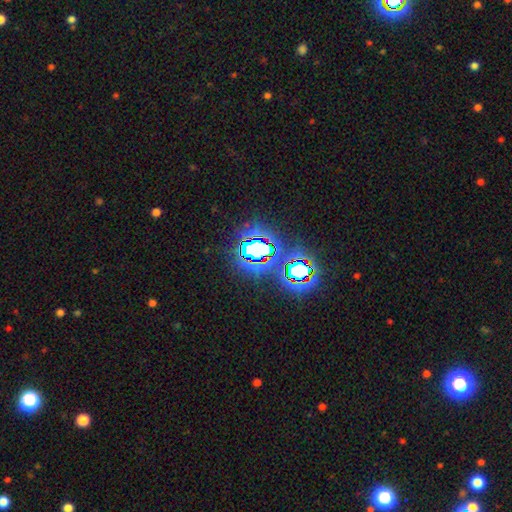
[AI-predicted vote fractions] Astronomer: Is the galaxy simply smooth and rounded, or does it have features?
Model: star or artifact — 79%.